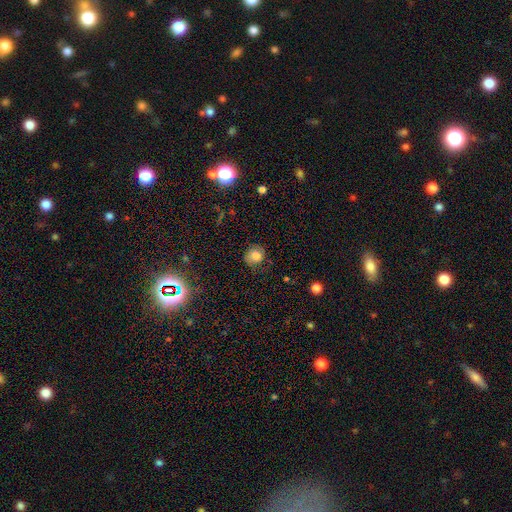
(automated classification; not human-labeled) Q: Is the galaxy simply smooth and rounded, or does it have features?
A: smooth — 76%.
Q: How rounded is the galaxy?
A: round — 82%.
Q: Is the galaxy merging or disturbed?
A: none — 74%.